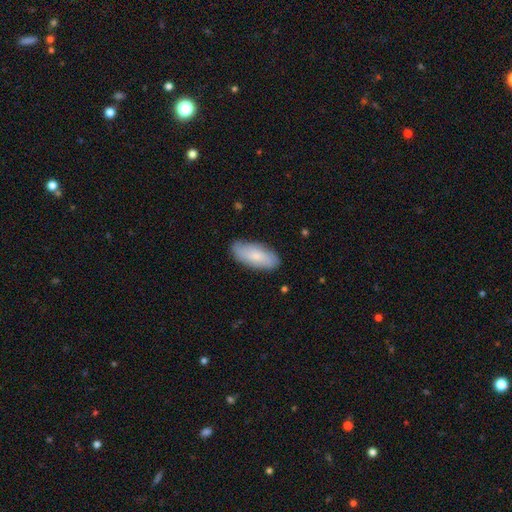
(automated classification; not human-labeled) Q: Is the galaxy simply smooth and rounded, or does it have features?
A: smooth — 67%.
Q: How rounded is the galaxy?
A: in between — 83%.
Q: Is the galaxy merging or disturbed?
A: none — 82%.